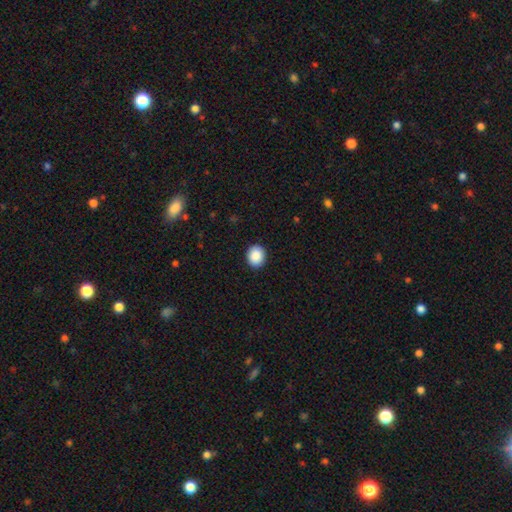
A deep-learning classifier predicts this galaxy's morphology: Smooth or featured? Predicted: smooth (p=0.89). How rounded? Predicted: round (p=0.61). Merging? Predicted: none (p=0.91).